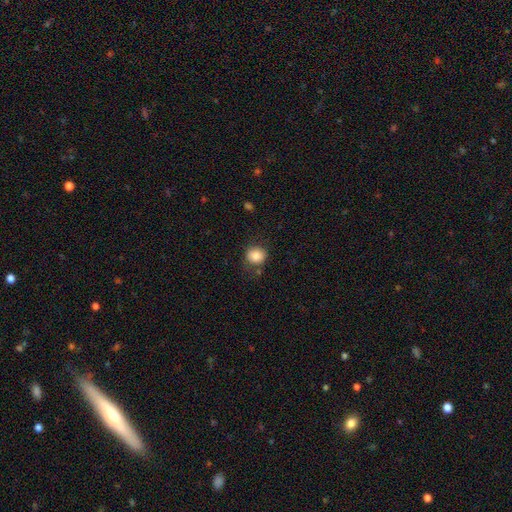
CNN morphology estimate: This is clearly a smooth galaxy (84%). How rounded: likely round (79%). Merging: likely none (74%).